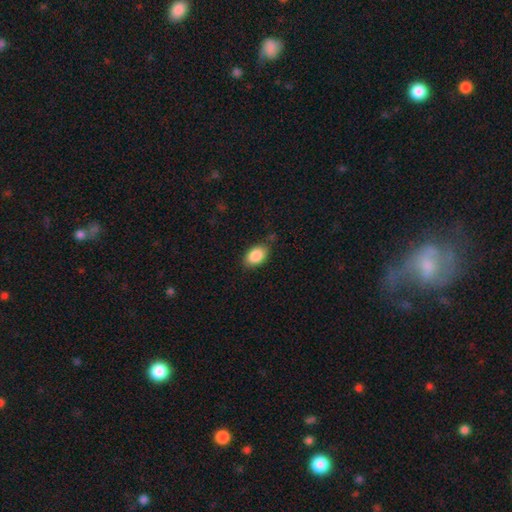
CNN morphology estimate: Smooth or featured: smooth — 88% (star or artifact — 7%)
How rounded: in between — 88% (round — 10%)
Merging: none — 77% (minor disturbance — 17%)